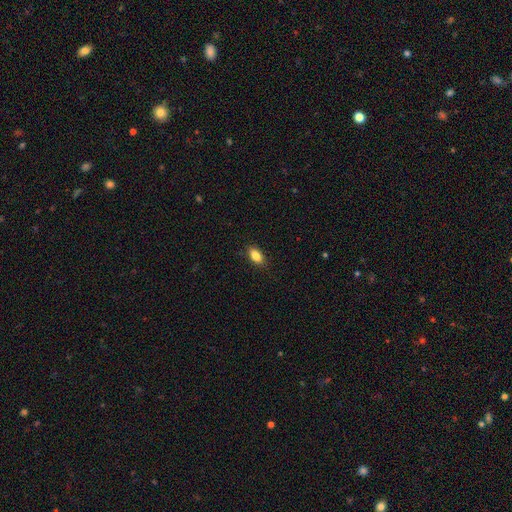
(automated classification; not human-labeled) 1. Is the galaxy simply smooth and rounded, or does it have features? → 86% smooth, 8% star or artifact, 6% featured or disk.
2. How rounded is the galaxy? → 88% in between, 7% cigar-shaped, 5% round.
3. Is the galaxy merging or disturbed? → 86% none, 11% minor disturbance, 2% major disturbance, 1% merger.